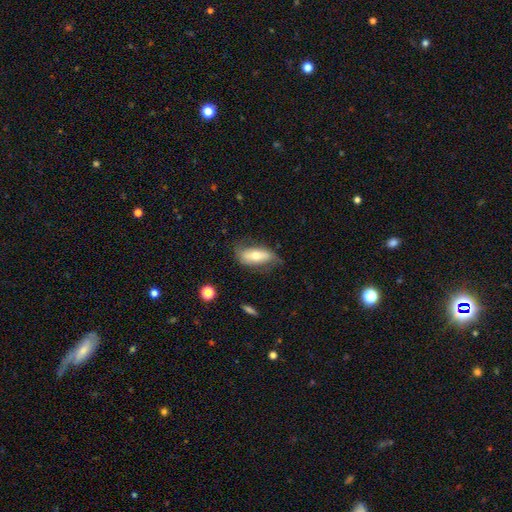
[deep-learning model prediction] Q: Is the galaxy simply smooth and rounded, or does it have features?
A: smooth — 53%.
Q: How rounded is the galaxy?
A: in between — 75%.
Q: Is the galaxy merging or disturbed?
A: none — 58%.